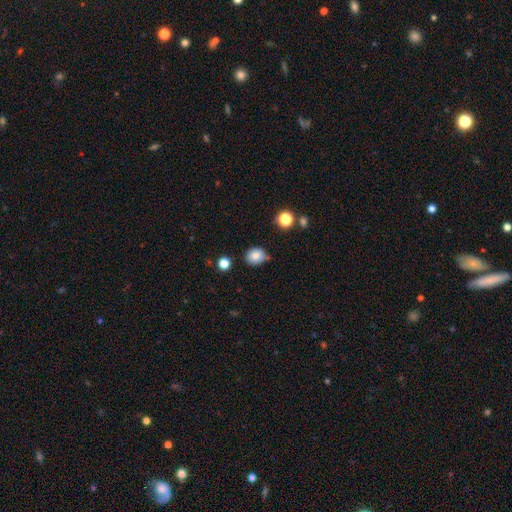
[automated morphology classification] smooth 80%, star or artifact 11%, featured or disk 9%. Down the decision tree: how rounded — round (70%); merging — none (73%).